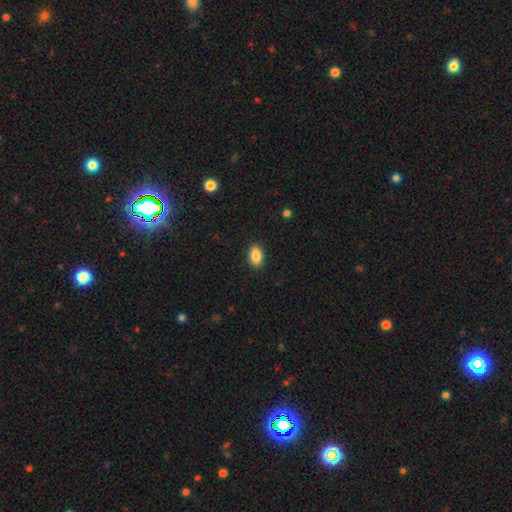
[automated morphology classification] A smooth galaxy with no disk features (86%) that is in between round and cigar-shaped (89%). Merging: none (89%).